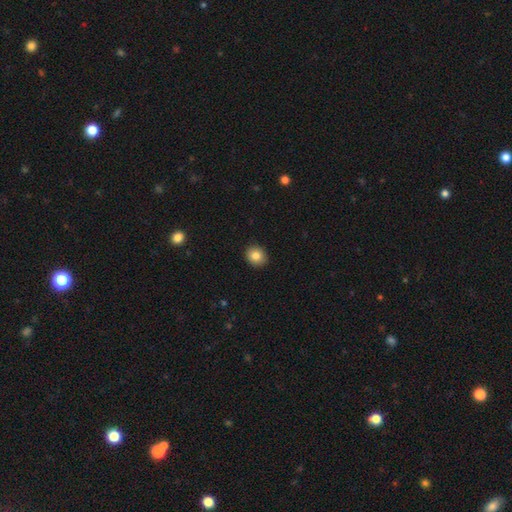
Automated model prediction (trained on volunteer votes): Q: Smooth or featured?
A: smooth (84%); runner-up: star or artifact (10%)
Q: How rounded?
A: round (75%); runner-up: in between (24%)
Q: Merging?
A: none (91%); runner-up: minor disturbance (6%)